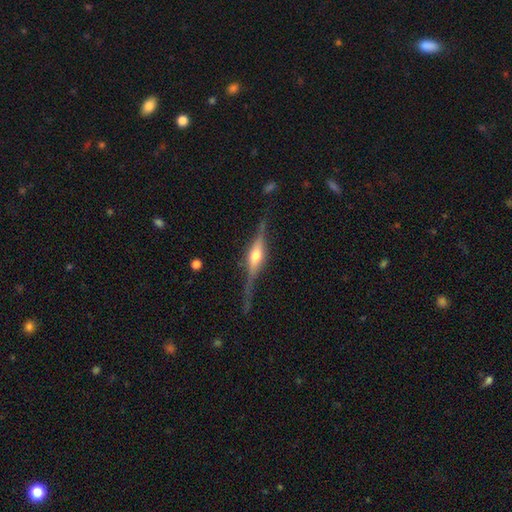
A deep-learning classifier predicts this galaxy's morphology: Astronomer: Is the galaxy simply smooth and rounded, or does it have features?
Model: featured or disk — 81%.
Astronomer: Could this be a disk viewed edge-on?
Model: yes — 97%.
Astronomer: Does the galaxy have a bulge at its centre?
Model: rounded — 90%.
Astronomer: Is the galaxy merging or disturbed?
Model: none — 79%.